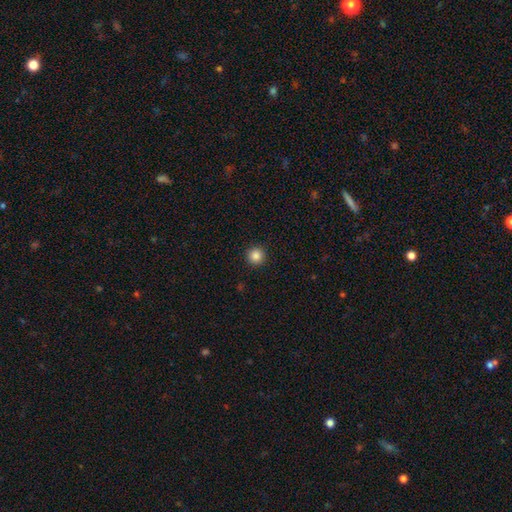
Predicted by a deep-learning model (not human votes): smooth 86%, star or artifact 11%, featured or disk 3%. Down the decision tree: how rounded — round (96%); merging — none (93%).